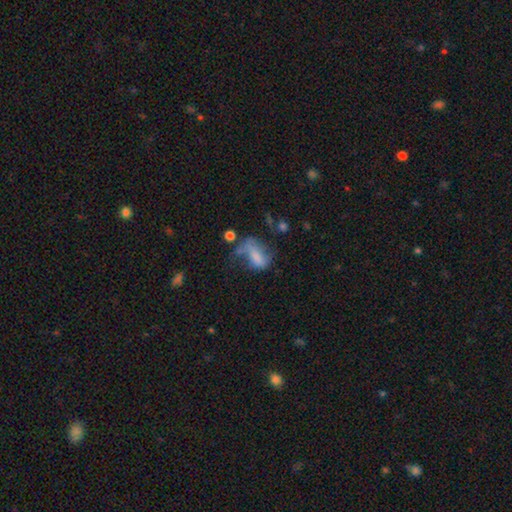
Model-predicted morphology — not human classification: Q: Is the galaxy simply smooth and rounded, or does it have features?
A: smooth — 50%.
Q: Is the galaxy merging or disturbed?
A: major disturbance — 45%.